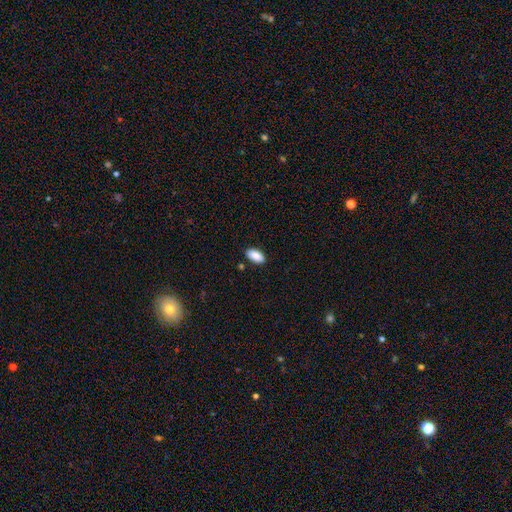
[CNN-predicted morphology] Smooth or featured? smooth (89%)
How rounded? in between (93%)
Merging? none (86%)